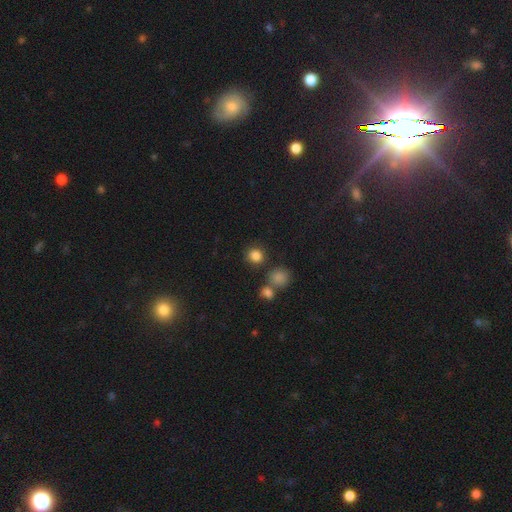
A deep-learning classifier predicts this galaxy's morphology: This appears to be a smooth galaxy with no disk features (84%) that is round (84%). Merging: none (77%).